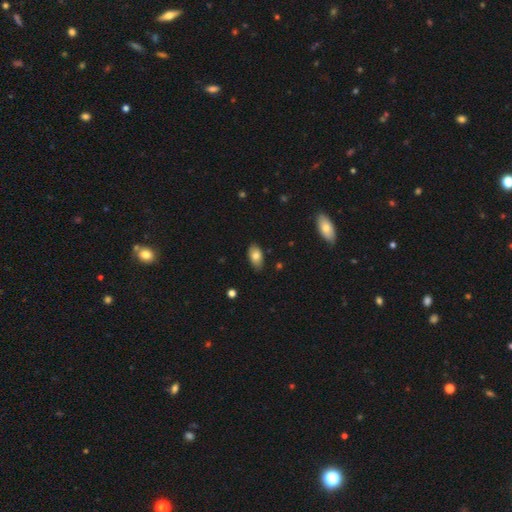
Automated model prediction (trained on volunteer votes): Smooth or featured?
  - smooth: 80% *
  - featured or disk: 13%
  - star or artifact: 8%
How rounded?
  - in between: 93% *
  - round: 4%
  - cigar-shaped: 3%
Merging?
  - none: 82% *
  - minor disturbance: 14%
  - major disturbance: 2%
  - merger: 1%